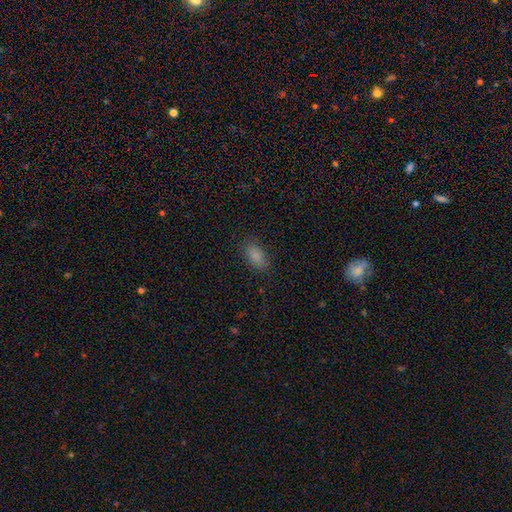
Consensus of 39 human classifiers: Smooth or featured? smooth (85%)
How rounded? in between (94%)
Merging? none (83%)